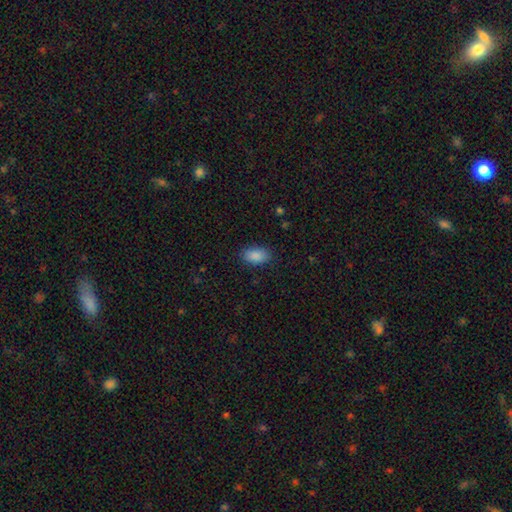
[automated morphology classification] Smooth or featured?
  - smooth: 89% *
  - star or artifact: 7%
  - featured or disk: 4%
How rounded?
  - in between: 93% *
  - round: 5%
  - cigar-shaped: 2%
Merging?
  - none: 85% *
  - minor disturbance: 11%
  - major disturbance: 3%
  - merger: 1%